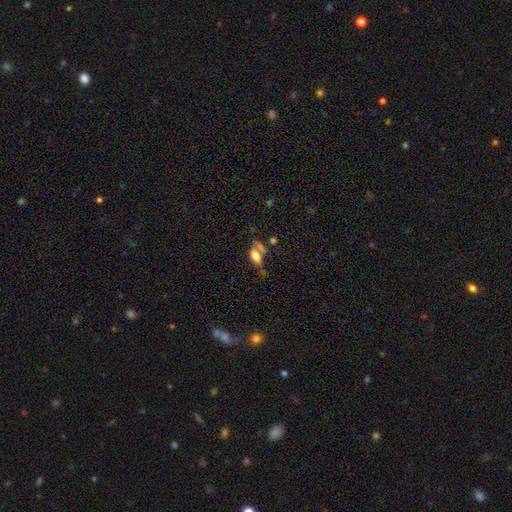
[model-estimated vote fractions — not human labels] A smooth galaxy with no disk features (64%) that is in between round and cigar-shaped (78%).

Vote fractions:
- Smooth or featured? smooth: 64% / featured or disk: 23% / star or artifact: 13%
- How rounded? in between: 78% / cigar-shaped: 17% / round: 4%
- Merging? none: 41% / merger: 27% / minor disturbance: 19% / major disturbance: 13%